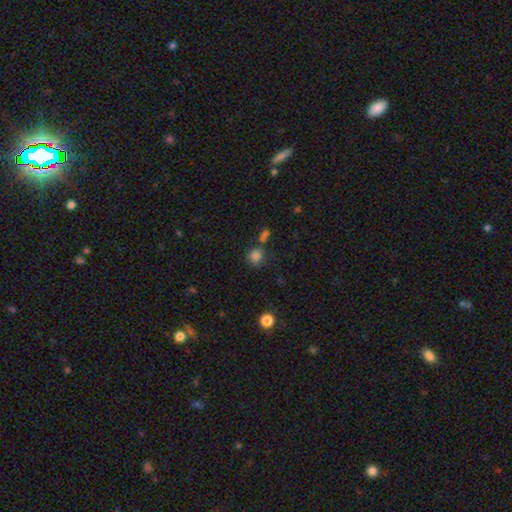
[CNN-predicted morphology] The model was most divided on "merging": none: 68%, merger: 14%, minor disturbance: 13%, major disturbance: 5%. More confident: how rounded — round (85%); smooth or featured — smooth (81%).